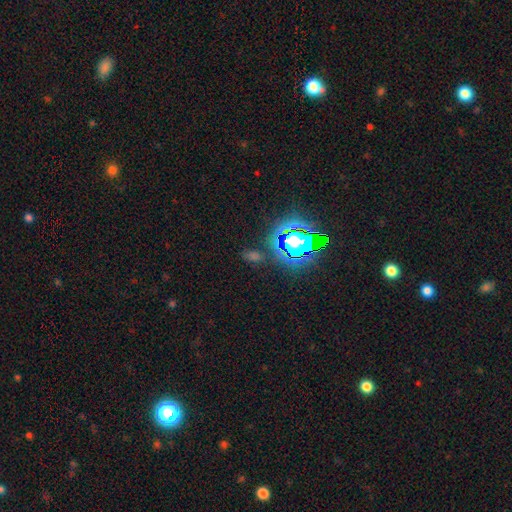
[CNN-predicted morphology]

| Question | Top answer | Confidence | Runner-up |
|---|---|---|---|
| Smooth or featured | star or artifact | 66% | smooth (23%) |